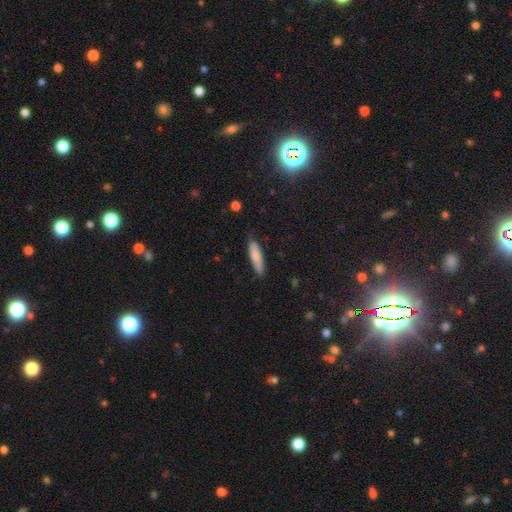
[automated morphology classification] Smooth or featured: smooth — 78% (featured or disk — 17%)
How rounded: cigar-shaped — 70% (in between — 29%)
Merging: none — 74% (minor disturbance — 21%)